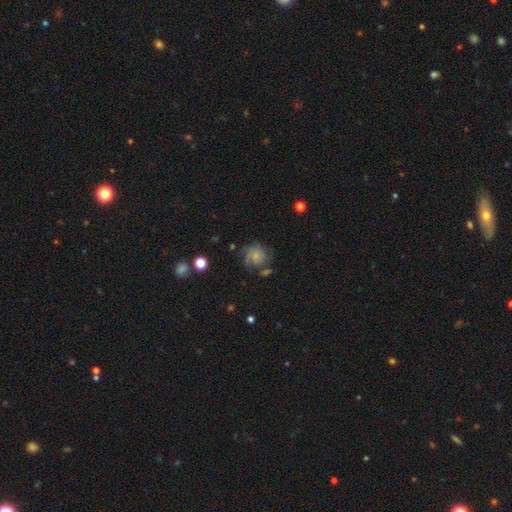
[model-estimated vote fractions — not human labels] featured or disk 53%, smooth 36%, star or artifact 10%. Down the decision tree: edge-on disk — no (98%); bar — no (81%); spiral arms — yes (83%); bulge size — small (69%); merging — none (54%).